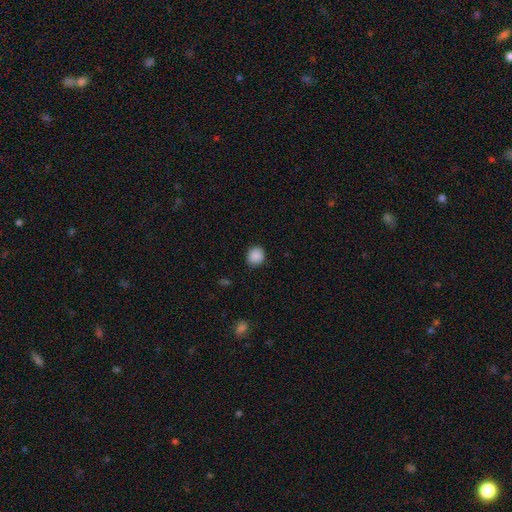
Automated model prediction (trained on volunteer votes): A smooth galaxy with no disk features (89%) that is round (82%).

Vote fractions:
- Smooth or featured? smooth: 89% / star or artifact: 9% / featured or disk: 3%
- How rounded? round: 82% / in between: 17% / cigar-shaped: 1%
- Merging? none: 87% / minor disturbance: 9% / major disturbance: 2% / merger: 1%